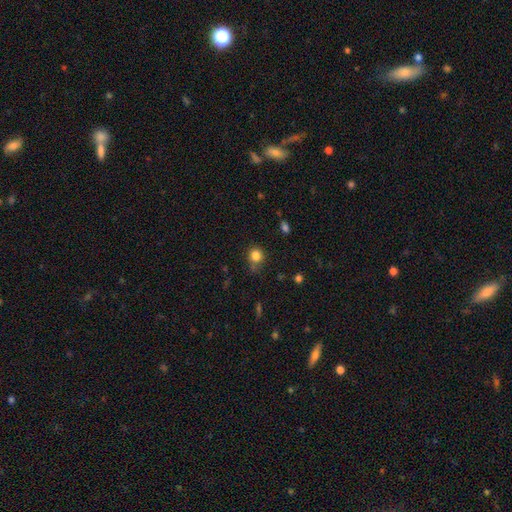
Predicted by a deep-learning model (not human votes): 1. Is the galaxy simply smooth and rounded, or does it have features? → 83% smooth, 12% star or artifact, 5% featured or disk.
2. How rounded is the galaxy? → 85% round, 14% in between, 1% cigar-shaped.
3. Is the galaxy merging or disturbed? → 68% none, 22% minor disturbance, 6% major disturbance, 4% merger.